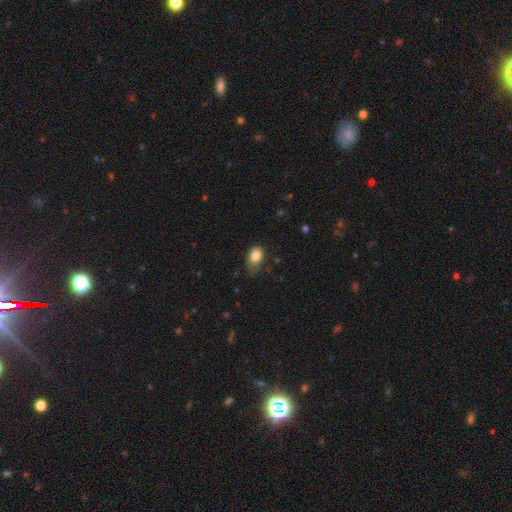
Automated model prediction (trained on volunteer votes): A smooth galaxy with no disk features (83%) that is in between round and cigar-shaped (75%).

Vote fractions:
- Smooth or featured? smooth: 83% / star or artifact: 9% / featured or disk: 8%
- How rounded? in between: 75% / round: 23% / cigar-shaped: 2%
- Merging? none: 45% / minor disturbance: 41% / major disturbance: 13% / merger: 2%